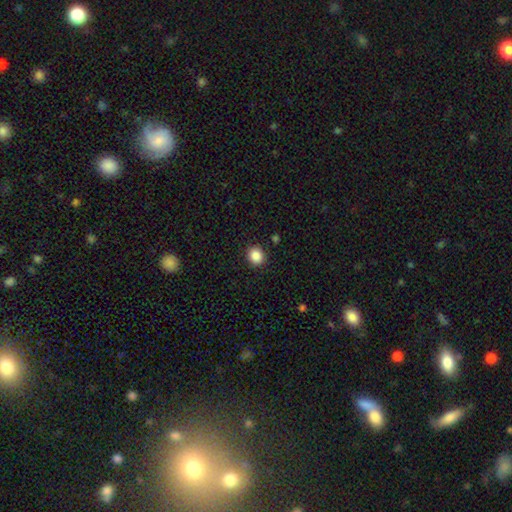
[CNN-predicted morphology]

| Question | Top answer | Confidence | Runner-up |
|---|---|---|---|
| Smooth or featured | smooth | 87% | star or artifact (9%) |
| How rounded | round | 83% | in between (16%) |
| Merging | none | 90% | minor disturbance (7%) |